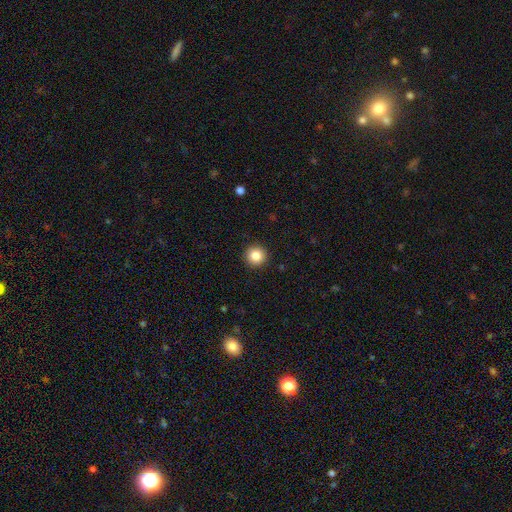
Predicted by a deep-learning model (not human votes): This is clearly a smooth galaxy (84%). How rounded: clearly round (96%). Merging: clearly none (93%).